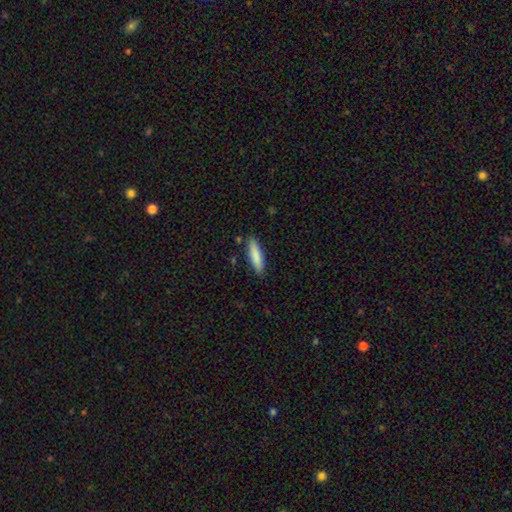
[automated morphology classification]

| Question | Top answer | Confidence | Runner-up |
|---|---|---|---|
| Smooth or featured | smooth | 85% | featured or disk (10%) |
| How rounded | cigar-shaped | 74% | in between (25%) |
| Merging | none | 86% | minor disturbance (10%) |